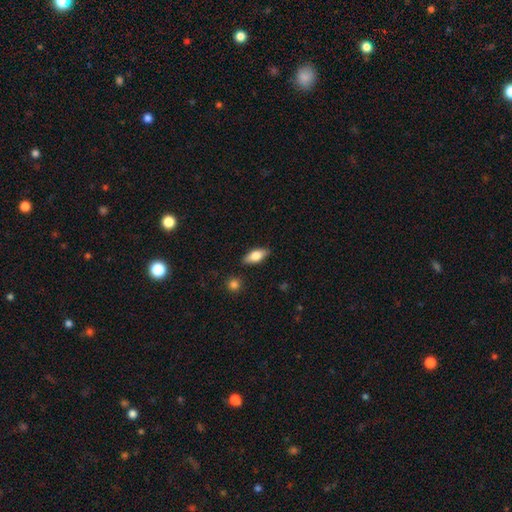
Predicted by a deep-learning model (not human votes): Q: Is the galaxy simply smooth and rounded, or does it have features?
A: smooth — 74%.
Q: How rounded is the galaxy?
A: in between — 83%.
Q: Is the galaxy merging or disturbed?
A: none — 86%.